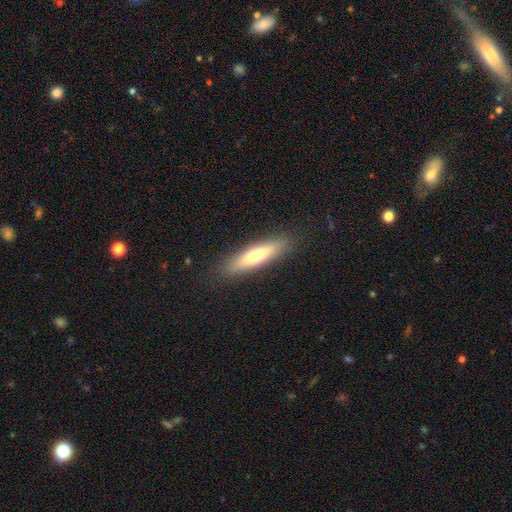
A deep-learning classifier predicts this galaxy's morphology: Overall: smooth (66%; featured or disk 28%). How rounded: cigar-shaped (76%). Merging: none (88%).